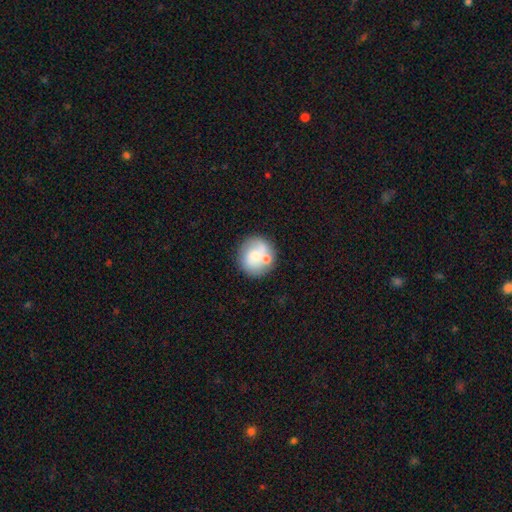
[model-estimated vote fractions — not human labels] Q: Smooth or featured?
A: smooth (53%); runner-up: featured or disk (39%)
Q: How rounded?
A: round (88%); runner-up: in between (11%)
Q: Merging?
A: none (59%); runner-up: merger (20%)